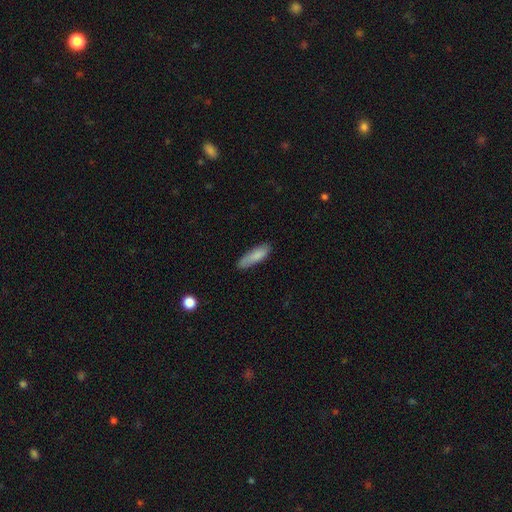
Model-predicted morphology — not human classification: The model was most divided on "how rounded": cigar-shaped: 58%, in between: 41%, round: 1%. More confident: smooth or featured — smooth (84%); merging — none (77%).